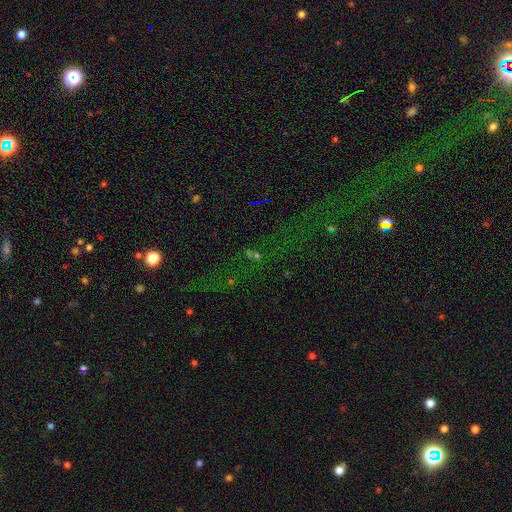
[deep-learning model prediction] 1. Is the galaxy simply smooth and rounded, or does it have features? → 60% star or artifact, 28% smooth, 13% featured or disk.